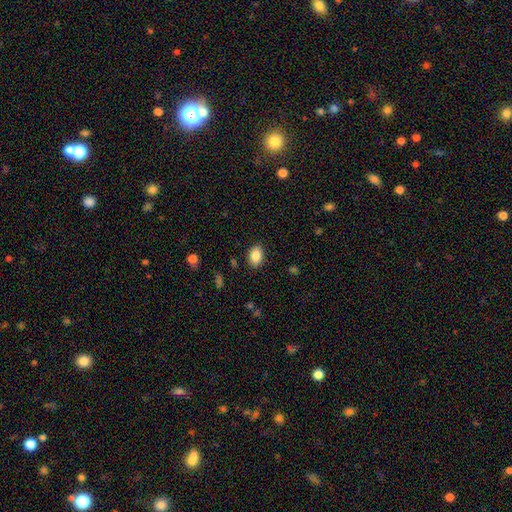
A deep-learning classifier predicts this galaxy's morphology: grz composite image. It shows a smooth galaxy with no disk features (87%) that is in between round and cigar-shaped (84%). Merging: none (87%).